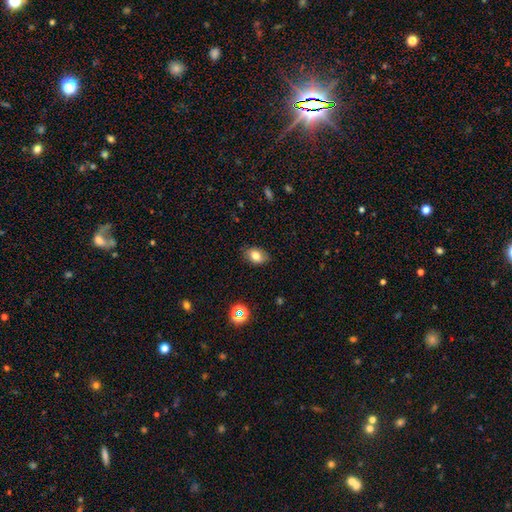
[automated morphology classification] Smooth or featured: smooth — 79% (featured or disk — 11%)
How rounded: in between — 77% (round — 21%)
Merging: none — 83% (minor disturbance — 13%)